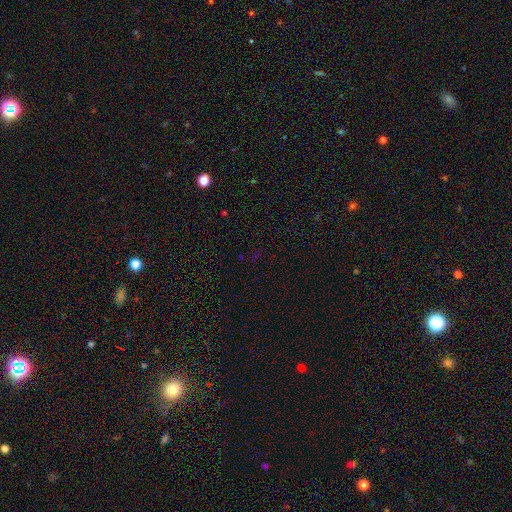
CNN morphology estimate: A star or artifact, not a galaxy (70%).